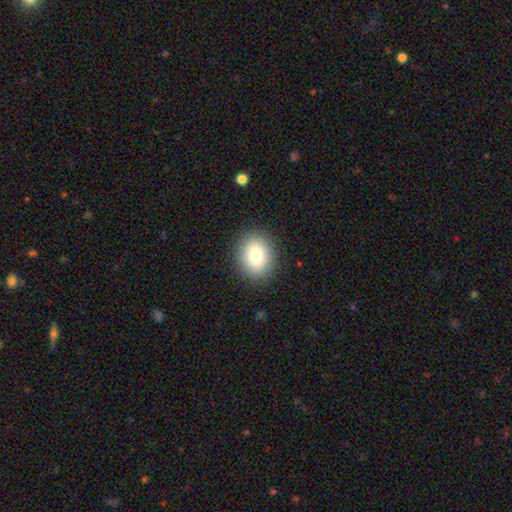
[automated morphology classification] Overall: smooth (83%). How rounded: round (51%; in between 48%). Merging: none (88%).